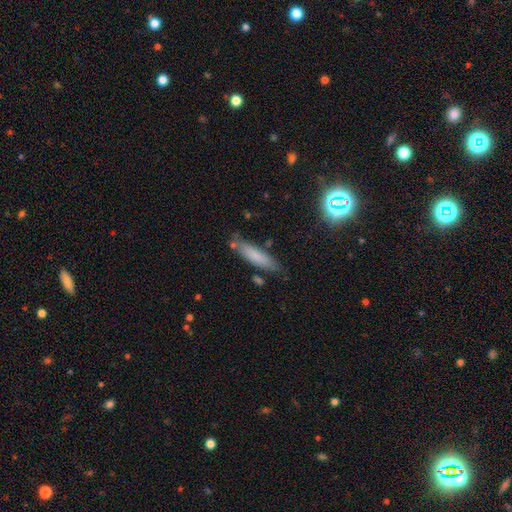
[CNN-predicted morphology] A smooth galaxy with no disk features (75%) that is cigar-shaped (75%). Merging: none (75%).